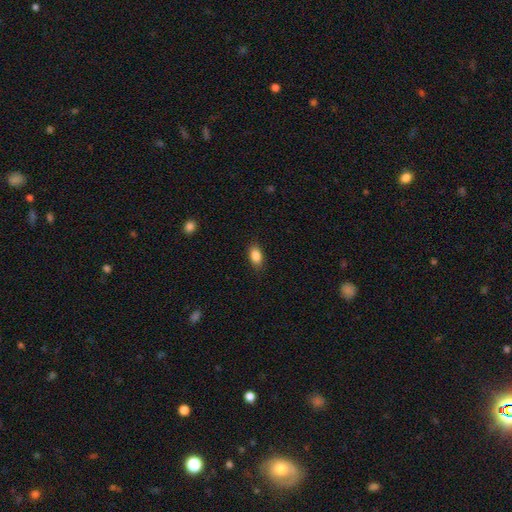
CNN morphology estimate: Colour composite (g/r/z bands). It shows a smooth galaxy with no disk features (87%) that is in between round and cigar-shaped (88%). Merging: none (85%).